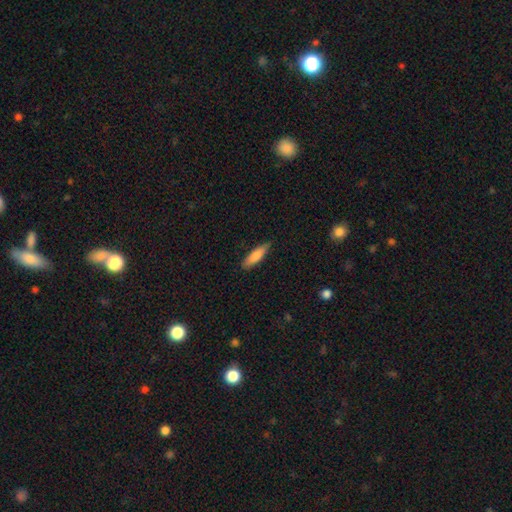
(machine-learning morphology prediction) Smooth or featured? smooth (76%)
How rounded? cigar-shaped (67%)
Merging? none (84%)